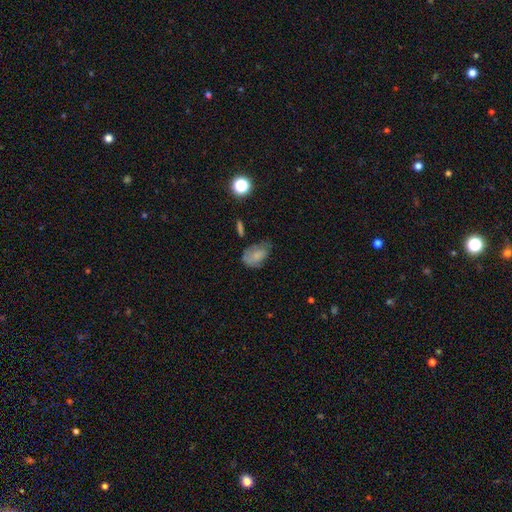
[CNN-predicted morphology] A smooth galaxy with no disk features (72%) that is in between round and cigar-shaped (84%).

Vote fractions:
- Smooth or featured? smooth: 72% / featured or disk: 18% / star or artifact: 10%
- How rounded? in between: 84% / round: 14% / cigar-shaped: 2%
- Merging? none: 41% / minor disturbance: 37% / major disturbance: 18% / merger: 4%